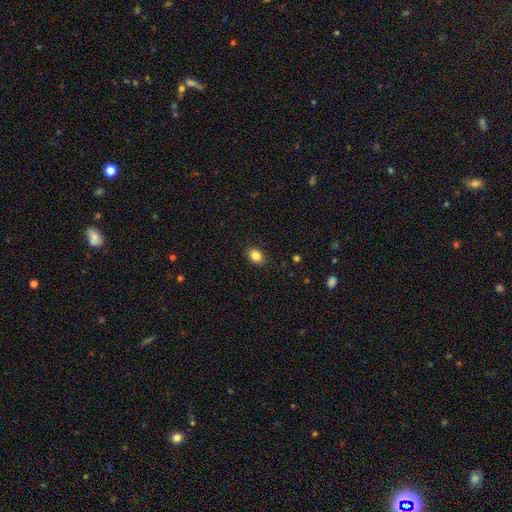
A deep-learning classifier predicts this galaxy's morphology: Overall: smooth (85%). How rounded: in between (59%; round 40%). Merging: none (89%).